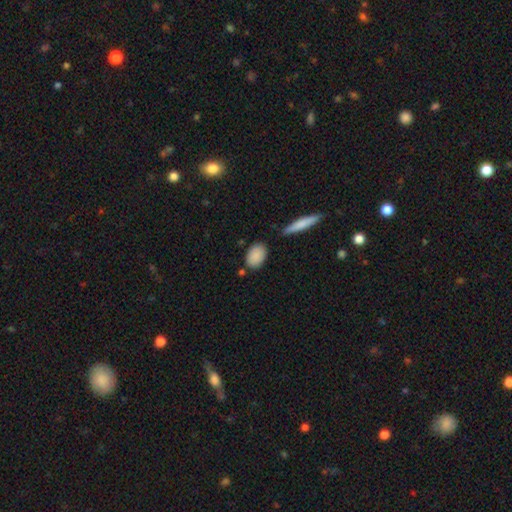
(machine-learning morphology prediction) smooth-or-featured: smooth: 88% | star or artifact: 6% | featured or disk: 6%
  how-rounded: in between: 87% | round: 11% | cigar-shaped: 3%
  merging: none: 77% | minor disturbance: 13% | merger: 7% | major disturbance: 3%